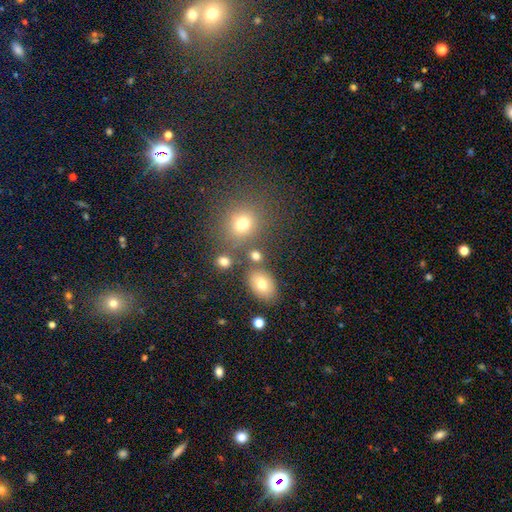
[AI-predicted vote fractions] Smooth or featured? Predicted: smooth (p=0.74). How rounded? Predicted: round (p=0.50). Merging? Predicted: none (p=0.72).